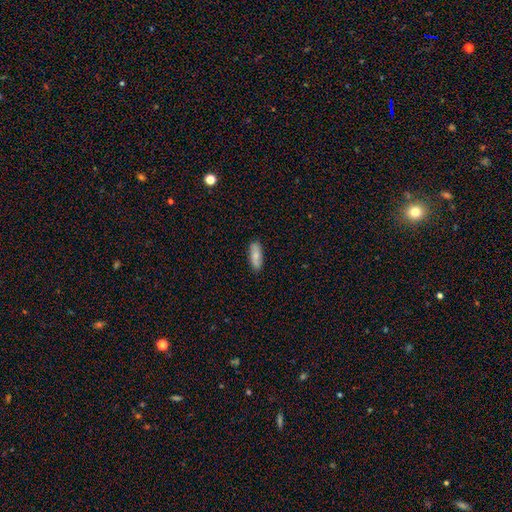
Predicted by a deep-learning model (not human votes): A smooth galaxy with no disk features (78%) that is in between round and cigar-shaped (66%).

Vote fractions:
- Smooth or featured? smooth: 78% / featured or disk: 17% / star or artifact: 6%
- How rounded? in between: 66% / cigar-shaped: 32% / round: 2%
- Merging? none: 87% / minor disturbance: 10% / major disturbance: 2% / merger: 1%